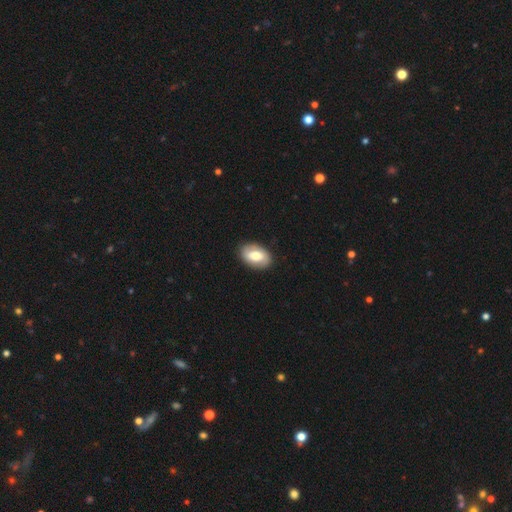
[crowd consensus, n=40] smooth-or-featured: smooth: 60% | featured or disk: 38% | star or artifact: 2%
  how-rounded: in between: 92% | round: 8% | cigar-shaped: 0%
  merging: none: 85% | minor disturbance: 10% | major disturbance: 3% | merger: 3%